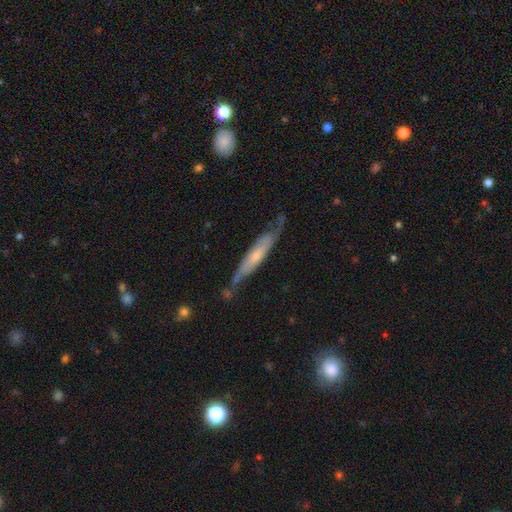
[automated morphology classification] Smooth or featured? Predicted: featured or disk (p=0.63). Edge-on disk? Predicted: yes (p=0.56). Merging? Predicted: none (p=0.60).